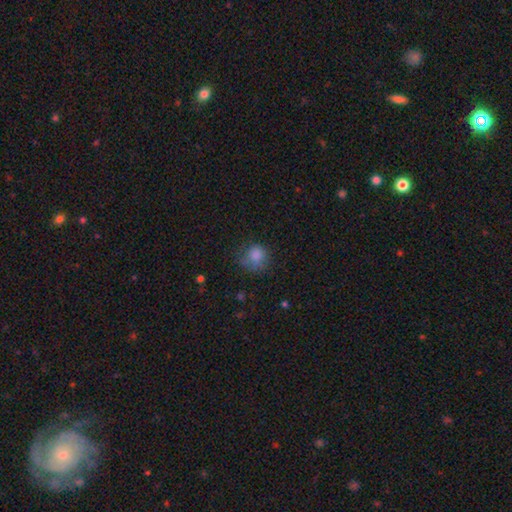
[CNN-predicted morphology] Smooth or featured: smooth — 82% (star or artifact — 10%)
How rounded: round — 82% (in between — 17%)
Merging: none — 54% (minor disturbance — 28%)